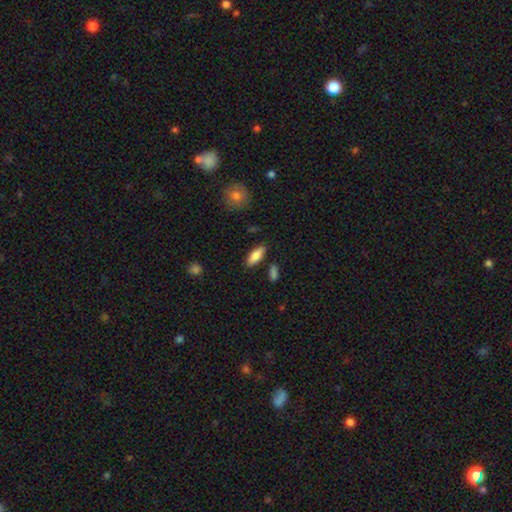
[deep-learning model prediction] Morphology: type=smooth (79%); roundness=in between (73%); merging=none (85%).